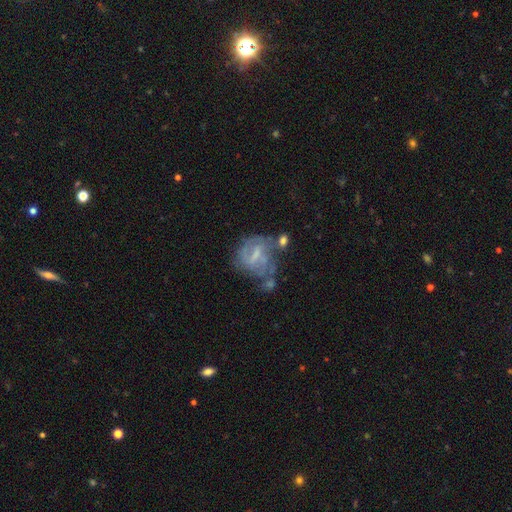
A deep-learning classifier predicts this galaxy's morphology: Overall: featured or disk (68%). Edge-on disk: no (97%). Bar: weak (52%; strong 25%). Spiral arms: yes (69%; no 31%). Bulge size: small (40%; none 32%). Merging: none (34%; major disturbance 26%).